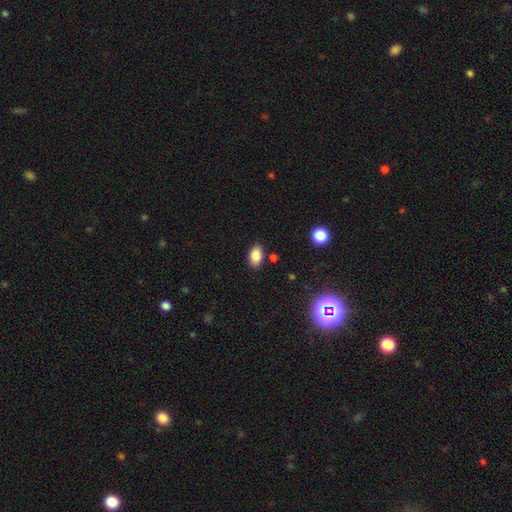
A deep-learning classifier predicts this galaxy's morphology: smooth_or_featured: smooth (p=0.86) [alt: star or artifact p=0.09]
how_rounded: in between (p=0.90) [alt: round p=0.09]
merging: none (p=0.84) [alt: minor disturbance p=0.11]